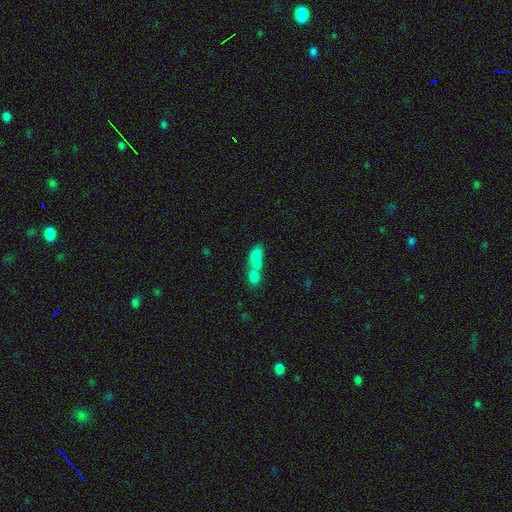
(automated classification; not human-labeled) Smooth or featured? Predicted: smooth (p=0.68). How rounded? Predicted: in between (p=0.66). Merging? Predicted: merger (p=0.72).